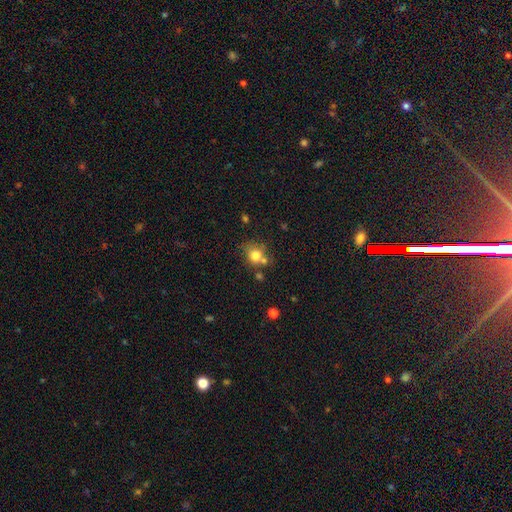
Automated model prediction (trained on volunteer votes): Overall: smooth (77%). How rounded: round (75%). Merging: none (56%; merger 24%).